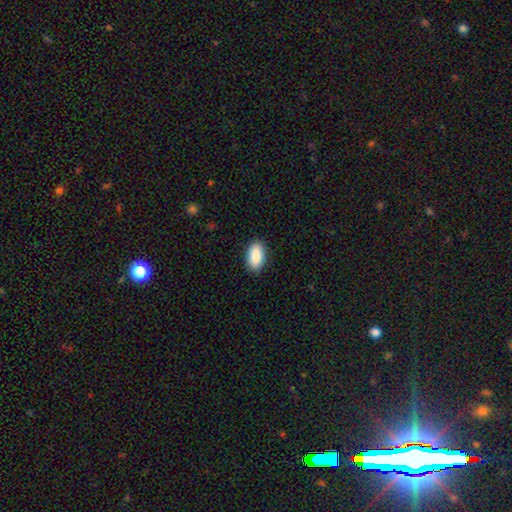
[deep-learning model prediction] This appears to be a smooth galaxy with no disk features (90%) that is in between round and cigar-shaped (94%). Merging: none (89%).